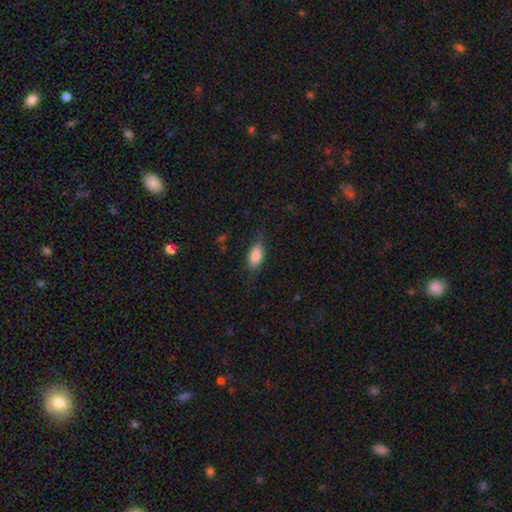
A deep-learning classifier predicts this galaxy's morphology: type=smooth (78%); roundness=in between (84%); merging=none (75%).